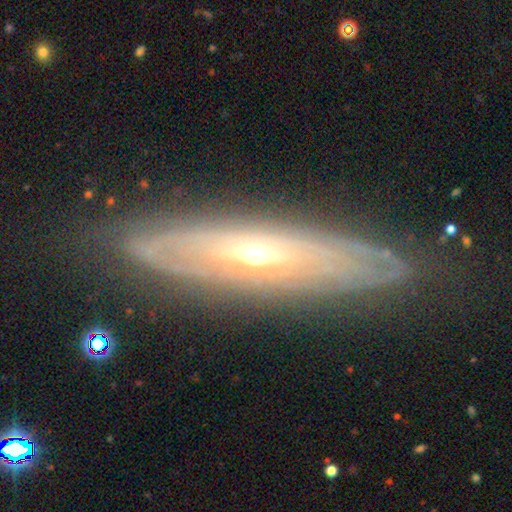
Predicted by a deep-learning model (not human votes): Q: Smooth or featured?
A: featured or disk (80%); runner-up: smooth (14%)
Q: Edge-on disk?
A: yes (51%); runner-up: no (49%)
Q: Merging?
A: none (79%); runner-up: minor disturbance (14%)